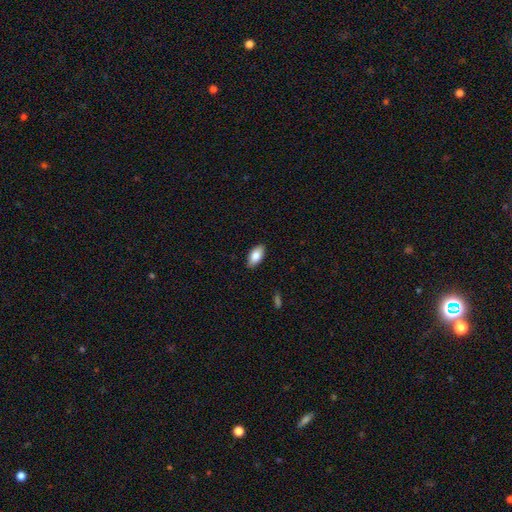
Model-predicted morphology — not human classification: Q: Smooth or featured?
A: smooth (84%); runner-up: featured or disk (9%)
Q: How rounded?
A: in between (93%); runner-up: cigar-shaped (4%)
Q: Merging?
A: none (88%); runner-up: minor disturbance (9%)